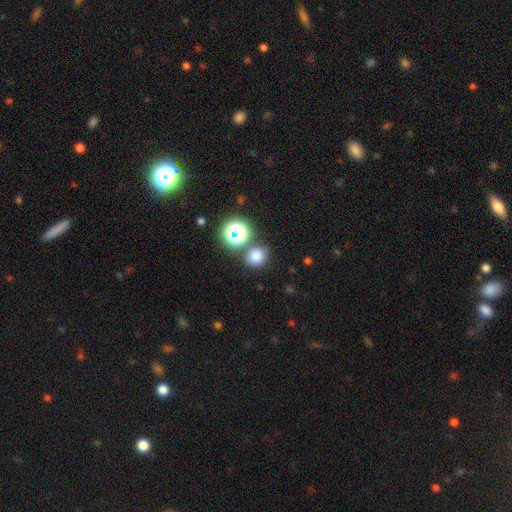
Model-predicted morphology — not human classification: Q: Smooth or featured?
A: smooth (74%); runner-up: star or artifact (20%)
Q: How rounded?
A: round (81%); runner-up: in between (18%)
Q: Merging?
A: none (75%); runner-up: merger (12%)